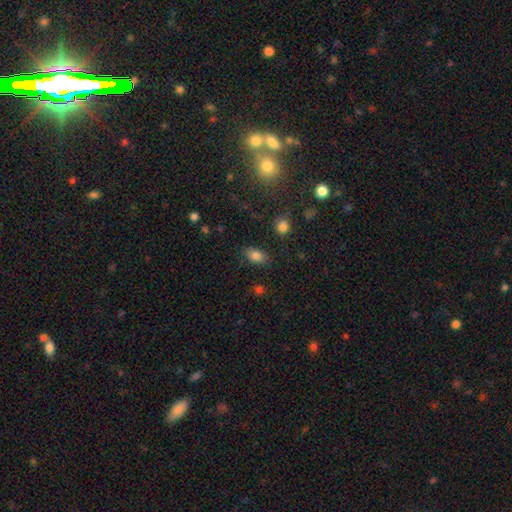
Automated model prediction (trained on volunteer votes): Morphology: type=smooth (82%); roundness=in between (88%); merging=none (83%).